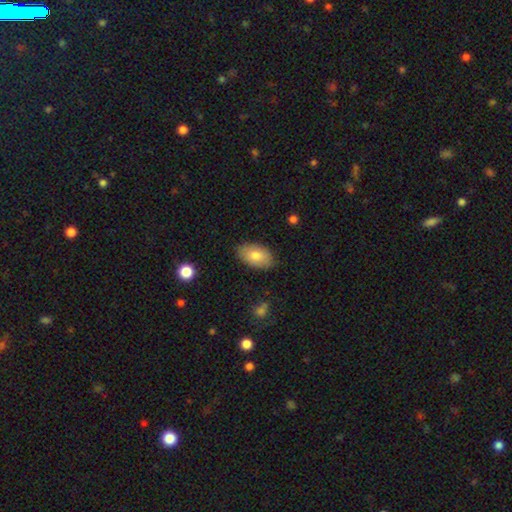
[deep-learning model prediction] Q: Smooth or featured?
A: smooth (78%); runner-up: featured or disk (15%)
Q: How rounded?
A: in between (93%); runner-up: round (5%)
Q: Merging?
A: none (83%); runner-up: minor disturbance (13%)